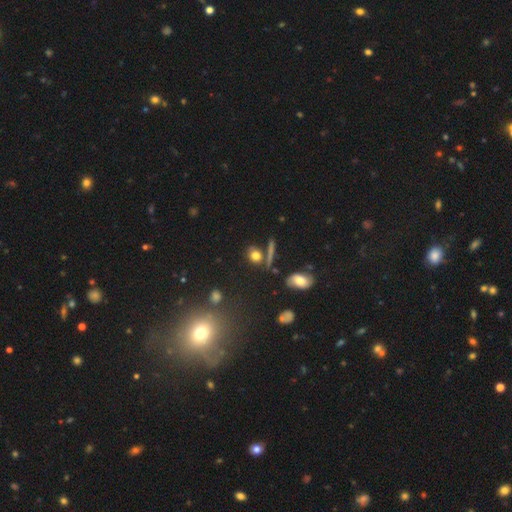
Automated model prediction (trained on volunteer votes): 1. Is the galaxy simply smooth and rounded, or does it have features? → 74% smooth, 14% star or artifact, 12% featured or disk.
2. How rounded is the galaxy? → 60% round, 32% in between, 8% cigar-shaped.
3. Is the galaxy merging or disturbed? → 71% none, 12% merger, 11% minor disturbance, 5% major disturbance.